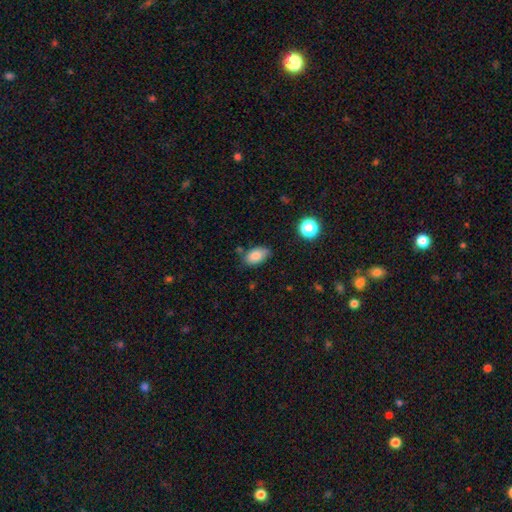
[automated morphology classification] Overall: smooth (84%). How rounded: in between (91%). Merging: none (73%).